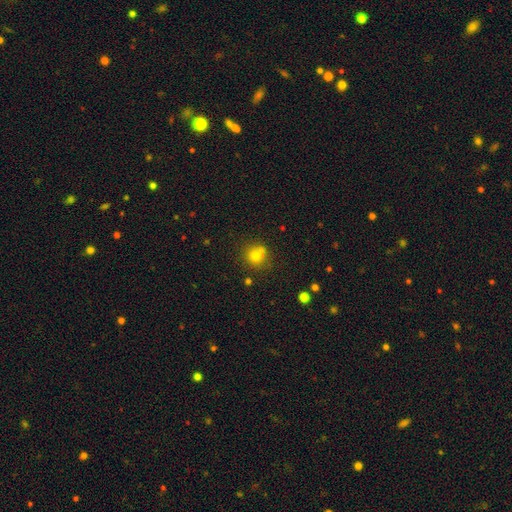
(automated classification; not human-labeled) Q: Smooth or featured?
A: smooth (74%); runner-up: star or artifact (15%)
Q: How rounded?
A: round (89%); runner-up: in between (10%)
Q: Merging?
A: none (63%); runner-up: merger (22%)